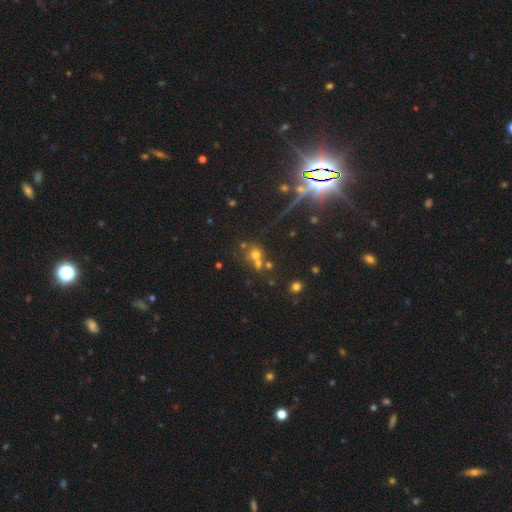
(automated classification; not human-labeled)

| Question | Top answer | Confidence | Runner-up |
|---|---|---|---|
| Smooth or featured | smooth | 55% | star or artifact (28%) |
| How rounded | round | 85% | in between (13%) |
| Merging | none | 46% | merger (41%) |